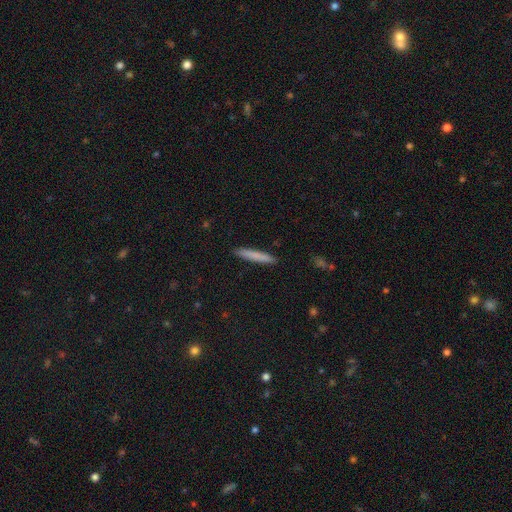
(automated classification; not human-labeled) A smooth galaxy with no disk features (79%) that is cigar-shaped (95%).

Vote fractions:
- Smooth or featured? smooth: 79% / featured or disk: 15% / star or artifact: 6%
- How rounded? cigar-shaped: 95% / in between: 4% / round: 1%
- Merging? none: 91% / minor disturbance: 7% / major disturbance: 1% / merger: 1%